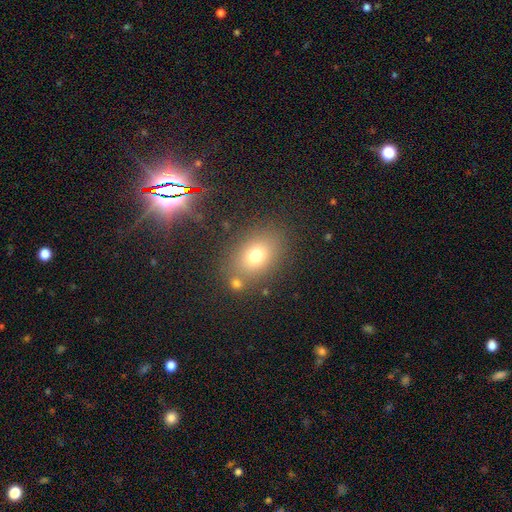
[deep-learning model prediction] Morphology: type=smooth (72%); roundness=in between (67%); merging=none (76%).